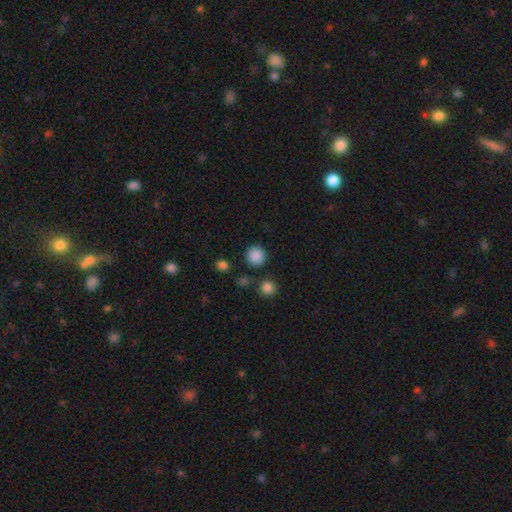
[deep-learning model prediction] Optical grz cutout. It shows a smooth galaxy with no disk features (87%) that is round (93%). Merging: none (86%).